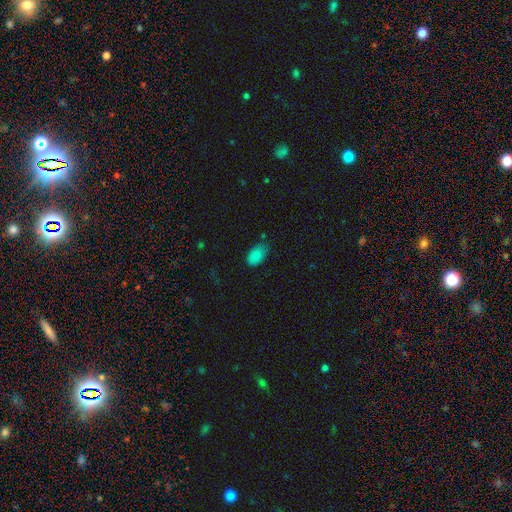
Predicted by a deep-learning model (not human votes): Morphology: type=smooth (86%); roundness=in between (93%); merging=none (65%).